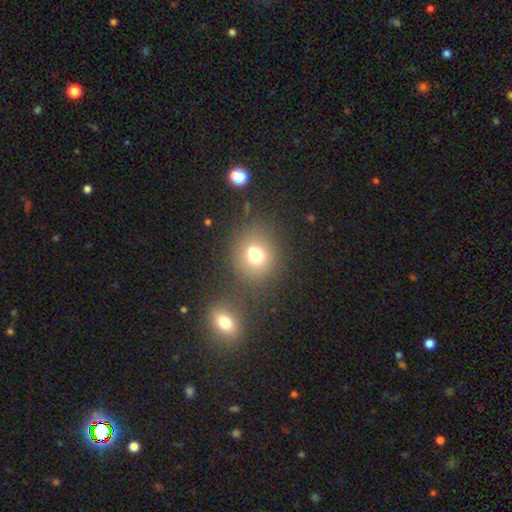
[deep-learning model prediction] smooth_or_featured: smooth (p=0.70) [alt: featured or disk p=0.15]
how_rounded: round (p=0.72) [alt: in between p=0.27]
merging: none (p=0.51) [alt: merger p=0.32]